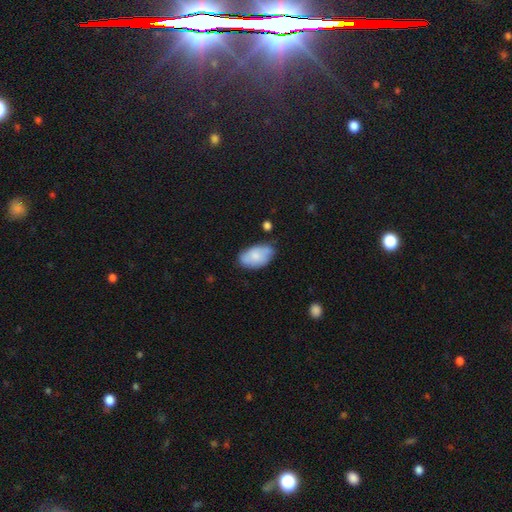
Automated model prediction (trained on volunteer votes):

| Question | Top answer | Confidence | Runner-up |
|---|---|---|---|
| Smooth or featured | smooth | 76% | featured or disk (17%) |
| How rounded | in between | 94% | round (5%) |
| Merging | none | 61% | minor disturbance (29%) |